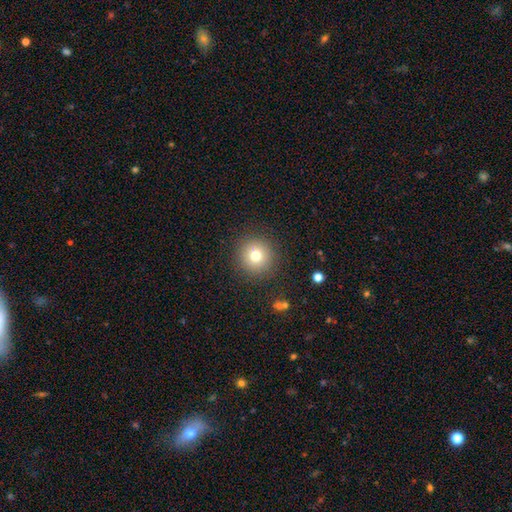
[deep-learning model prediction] Smooth or featured? smooth (76%)
How rounded? round (95%)
Merging? none (90%)